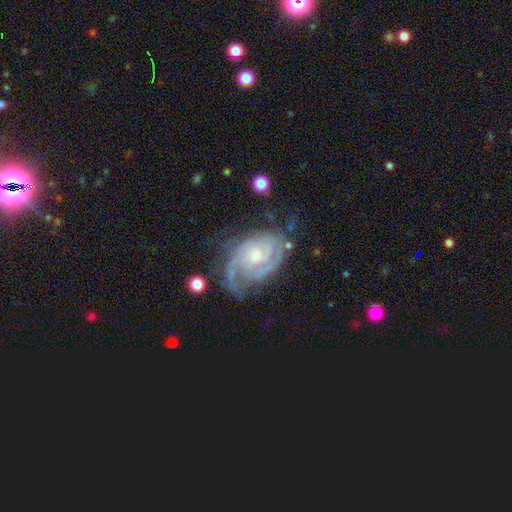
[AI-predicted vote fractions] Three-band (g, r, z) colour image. It shows a featured or disk galaxy (89%) with no bar (69%), 2 (46%) tight (64%) spiral arms (97%) and a small central bulge (61%). Merging: none (62%).